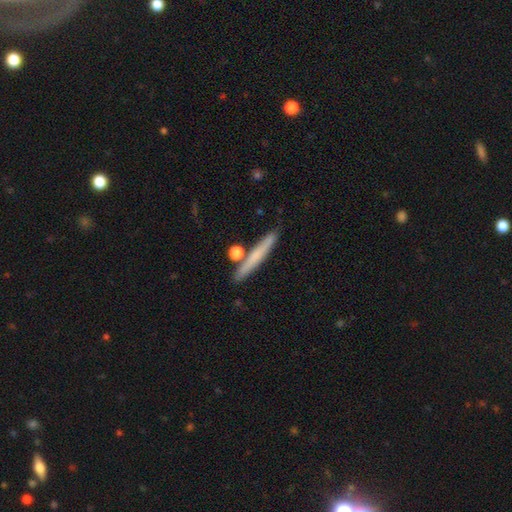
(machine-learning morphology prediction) This appears to be a smooth galaxy with no disk features (61%) that is cigar-shaped (94%). Merging: none (81%).